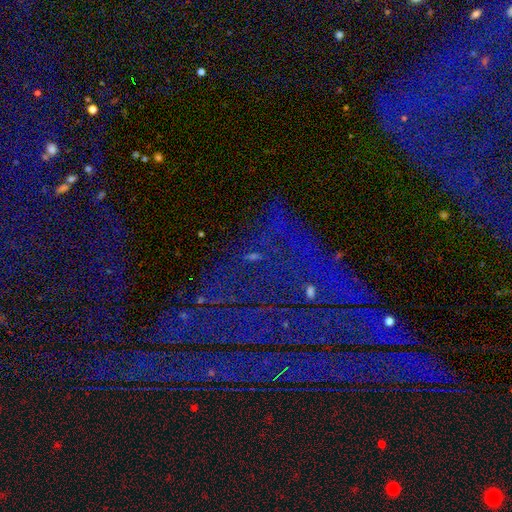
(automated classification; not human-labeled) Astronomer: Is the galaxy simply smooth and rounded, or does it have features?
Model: star or artifact — 81%.